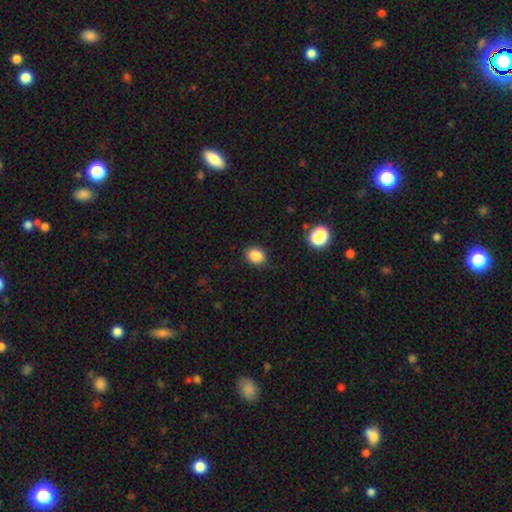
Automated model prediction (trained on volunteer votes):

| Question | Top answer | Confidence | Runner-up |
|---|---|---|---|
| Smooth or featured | smooth | 86% | star or artifact (10%) |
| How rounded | round | 50% | in between (49%) |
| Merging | none | 87% | minor disturbance (9%) |